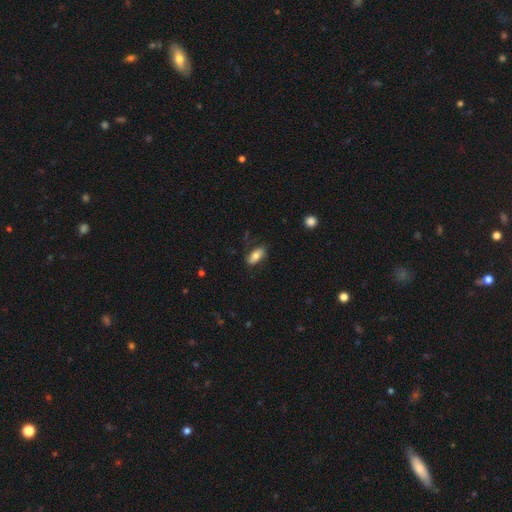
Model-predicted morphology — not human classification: Overall: smooth (72%). How rounded: in between (87%). Merging: none (75%).